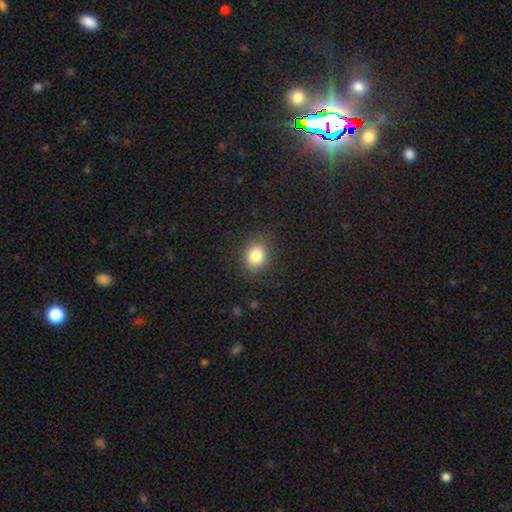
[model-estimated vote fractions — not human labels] A smooth galaxy with no disk features (83%) that is round (60%).

Vote fractions:
- Smooth or featured? smooth: 83% / star or artifact: 11% / featured or disk: 7%
- How rounded? round: 60% / in between: 39% / cigar-shaped: 1%
- Merging? none: 84% / minor disturbance: 11% / major disturbance: 4% / merger: 1%